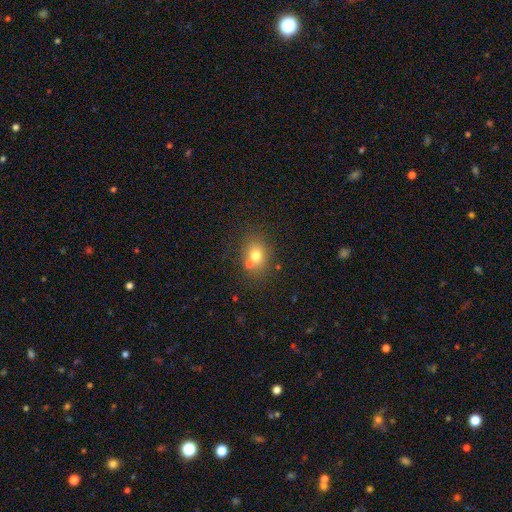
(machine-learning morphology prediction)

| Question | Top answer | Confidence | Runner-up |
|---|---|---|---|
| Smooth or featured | smooth | 73% | featured or disk (14%) |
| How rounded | round | 59% | in between (40%) |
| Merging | none | 62% | merger (23%) |